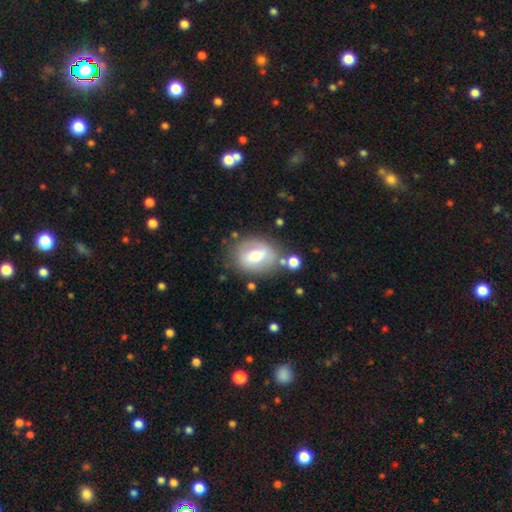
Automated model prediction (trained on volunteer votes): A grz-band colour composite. It shows a smooth galaxy with no disk features (51%) that is in between round and cigar-shaped (61%). Merging: none (71%).